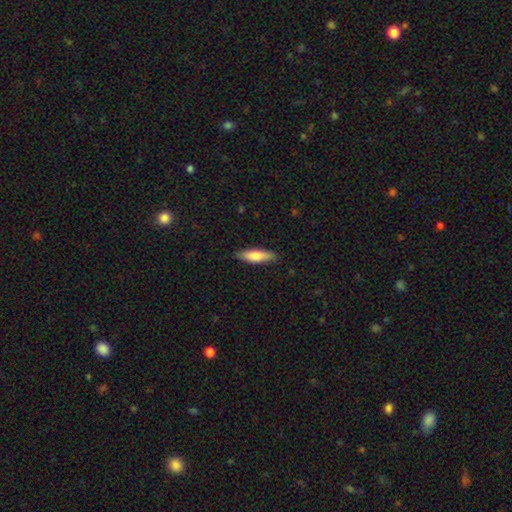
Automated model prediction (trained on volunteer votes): Morphology: type=smooth (75%); roundness=cigar-shaped (59%); merging=none (86%).